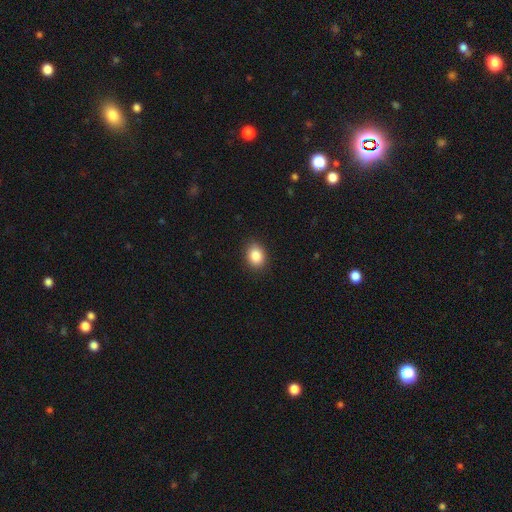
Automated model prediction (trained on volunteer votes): Smooth or featured: smooth — 87% (star or artifact — 9%)
How rounded: in between — 57% (round — 42%)
Merging: none — 88% (minor disturbance — 8%)